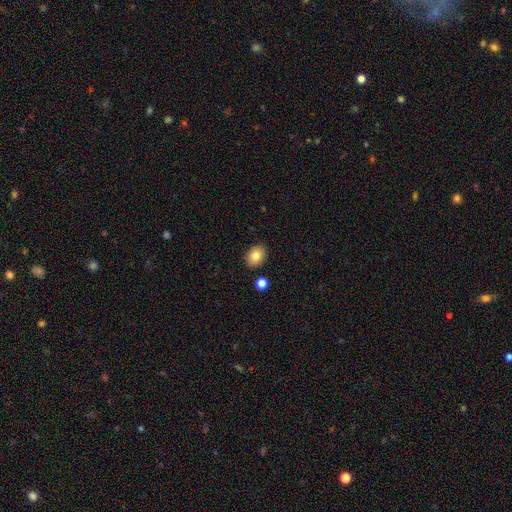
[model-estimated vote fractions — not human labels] smooth-or-featured: smooth: 81% | featured or disk: 10% | star or artifact: 9%
  how-rounded: in between: 58% | round: 41% | cigar-shaped: 1%
  merging: none: 88% | minor disturbance: 8% | merger: 3% | major disturbance: 2%